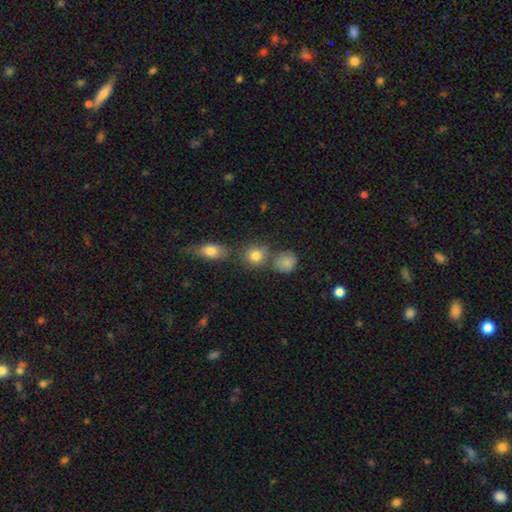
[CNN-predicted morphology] The model was most divided on "merging": none: 62%, merger: 23%, minor disturbance: 11%, major disturbance: 4%. More confident: how rounded — round (82%); smooth or featured — smooth (81%).